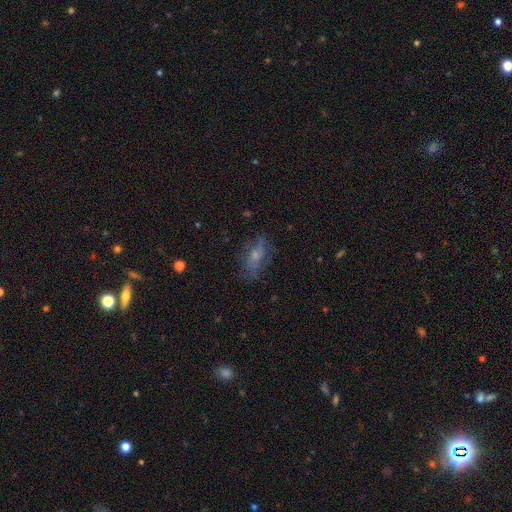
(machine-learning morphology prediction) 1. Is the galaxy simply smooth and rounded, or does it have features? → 46% smooth, 42% featured or disk, 12% star or artifact.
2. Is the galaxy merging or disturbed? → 58% none, 24% minor disturbance, 16% major disturbance, 2% merger.